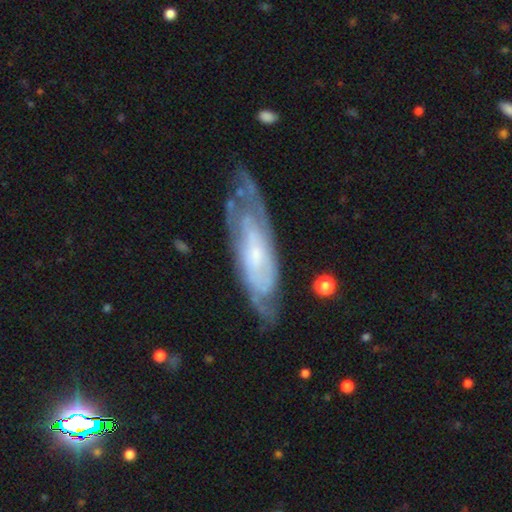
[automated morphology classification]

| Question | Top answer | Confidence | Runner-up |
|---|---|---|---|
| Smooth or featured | featured or disk | 76% | smooth (18%) |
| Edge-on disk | no | 79% | yes (21%) |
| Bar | no | 65% | weak (28%) |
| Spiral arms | yes | 87% | no (13%) |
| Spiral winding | tight | 61% | medium (30%) |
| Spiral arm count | can't tell | 57% | 2 (23%) |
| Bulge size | small | 63% | moderate (24%) |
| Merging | none | 65% | minor disturbance (23%) |